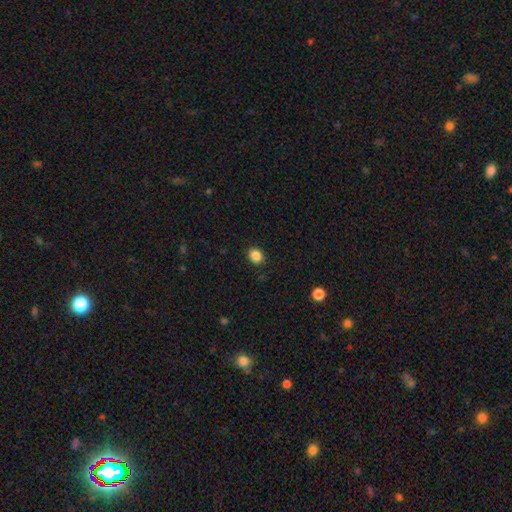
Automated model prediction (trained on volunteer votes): Q: Smooth or featured?
A: smooth (86%); runner-up: star or artifact (10%)
Q: How rounded?
A: round (60%); runner-up: in between (39%)
Q: Merging?
A: none (90%); runner-up: minor disturbance (7%)